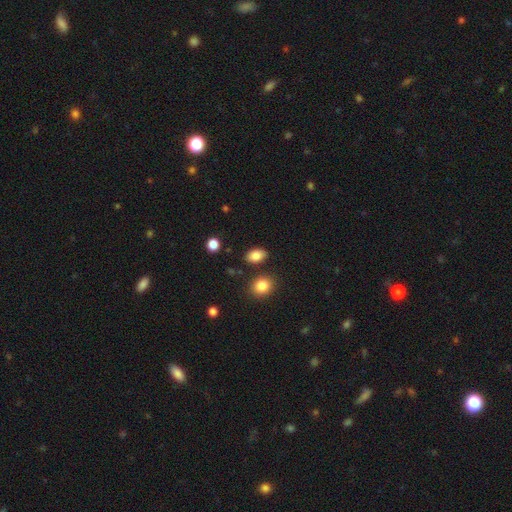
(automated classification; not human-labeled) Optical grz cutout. It shows a smooth galaxy with no disk features (85%) that is in between round and cigar-shaped (85%). Merging: none (83%).